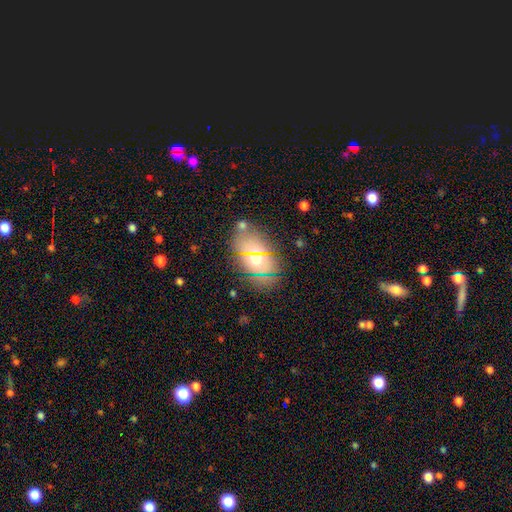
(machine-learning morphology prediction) The model was most divided on "smooth or featured": featured or disk: 57%, smooth: 24%, star or artifact: 19%. More confident: edge-on disk — no (90%); merging — none (77%); spiral arms — yes (68%); bulge size — moderate (63%); bar — no (62%).